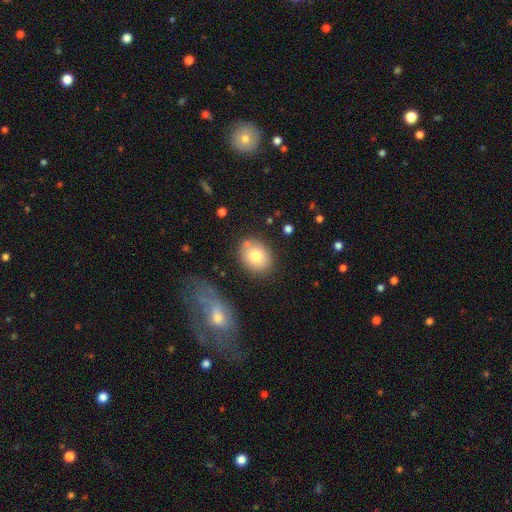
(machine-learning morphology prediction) Smooth or featured? smooth (76%)
How rounded? round (51%)
Merging? none (74%)